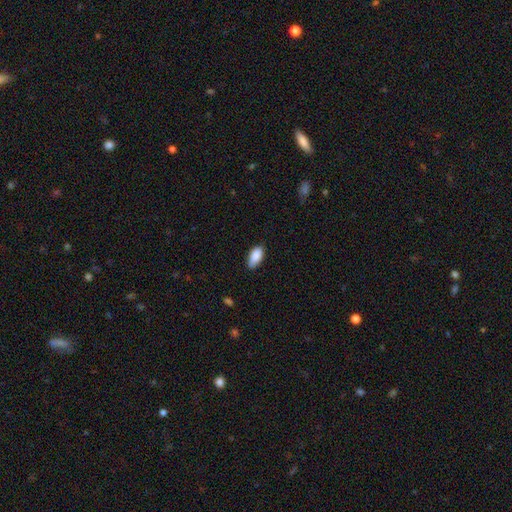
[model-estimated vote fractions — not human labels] smooth-or-featured: smooth: 88% | star or artifact: 7% | featured or disk: 5%
  how-rounded: in between: 92% | cigar-shaped: 5% | round: 3%
  merging: none: 72% | minor disturbance: 24% | major disturbance: 3% | merger: 1%